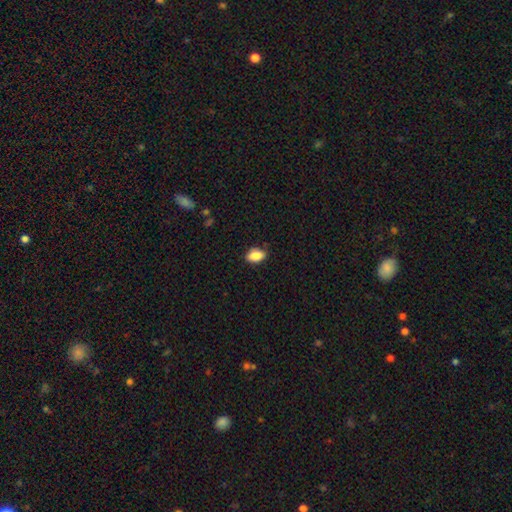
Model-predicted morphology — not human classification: type=smooth (87%); roundness=in between (88%); merging=none (80%).